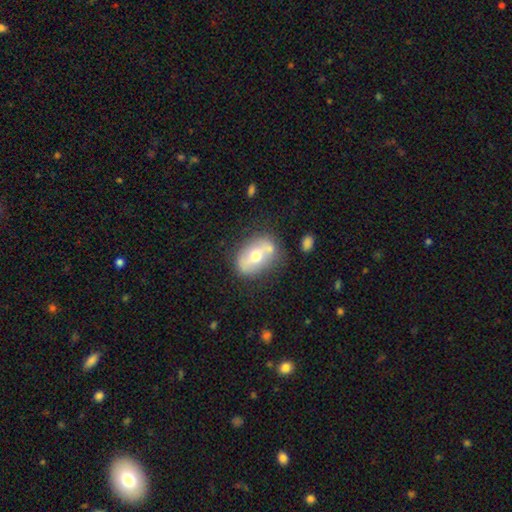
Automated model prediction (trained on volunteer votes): smooth 47%, featured or disk 45%, star or artifact 7%. Down the decision tree: merging — none (64%).